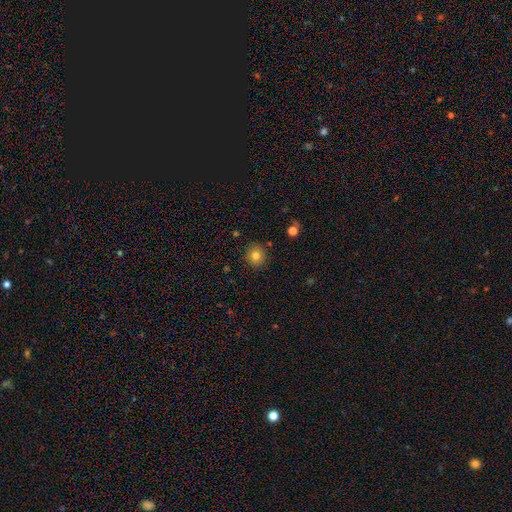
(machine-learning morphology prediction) type=smooth (79%); roundness=round (89%); merging=none (89%).